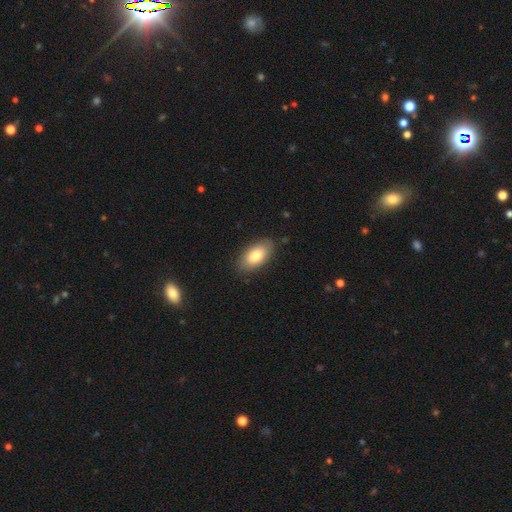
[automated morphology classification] Smooth or featured: smooth — 80% (featured or disk — 13%)
How rounded: in between — 93% (cigar-shaped — 4%)
Merging: none — 85% (minor disturbance — 11%)